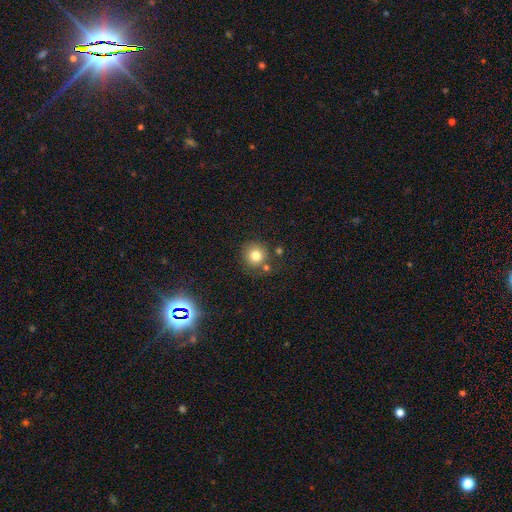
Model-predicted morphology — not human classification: The model was most divided on "merging": none: 74%, minor disturbance: 12%, merger: 10%, major disturbance: 4%. More confident: how rounded — round (92%); smooth or featured — smooth (80%).